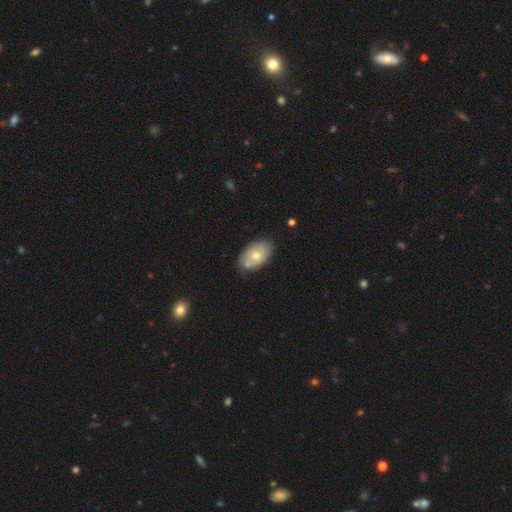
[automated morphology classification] Overall: smooth (54%; featured or disk 40%). How rounded: in between (89%). Merging: none (68%).